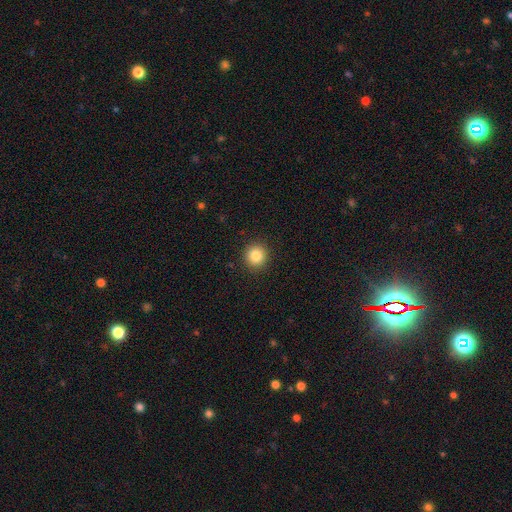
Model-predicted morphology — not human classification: A smooth galaxy with no disk features (84%) that is round (93%). Merging: none (92%).